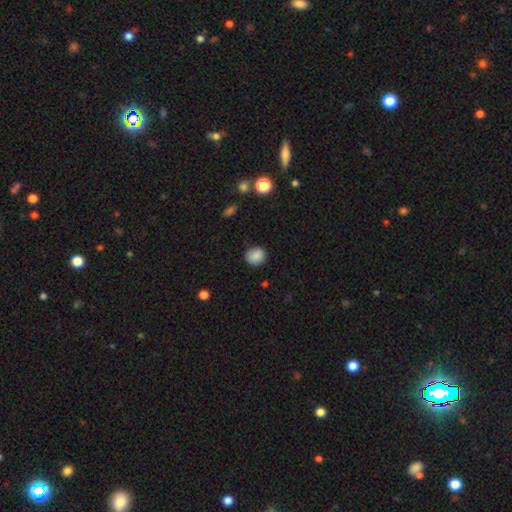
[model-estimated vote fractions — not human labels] This appears to be a smooth galaxy with no disk features (87%) that is round (79%). Merging: none (83%).